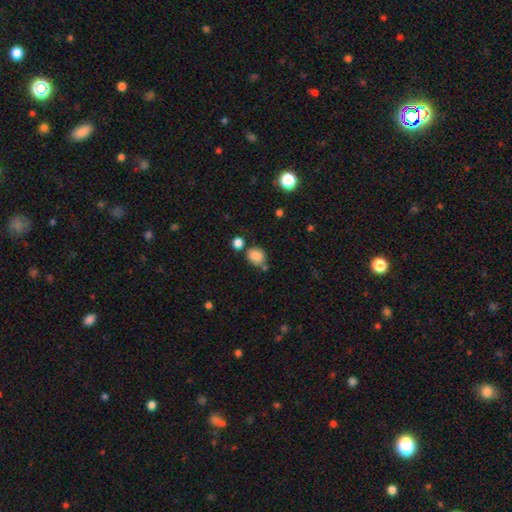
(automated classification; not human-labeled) Smooth or featured: smooth — 84% (star or artifact — 10%)
How rounded: round — 71% (in between — 28%)
Merging: none — 67% (minor disturbance — 16%)